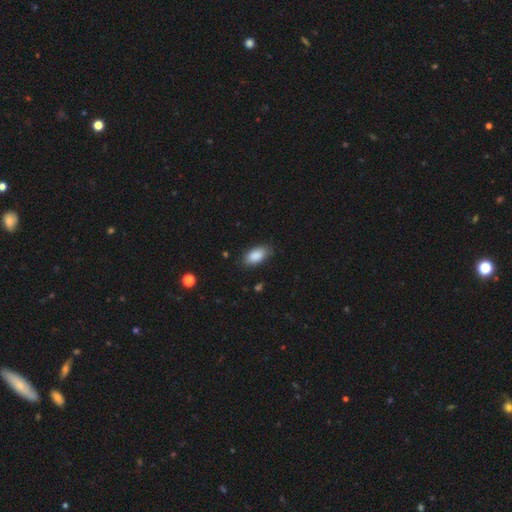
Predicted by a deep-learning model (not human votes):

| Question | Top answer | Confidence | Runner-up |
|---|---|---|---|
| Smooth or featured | smooth | 88% | star or artifact (7%) |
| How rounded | in between | 92% | cigar-shaped (4%) |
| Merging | none | 81% | minor disturbance (15%) |